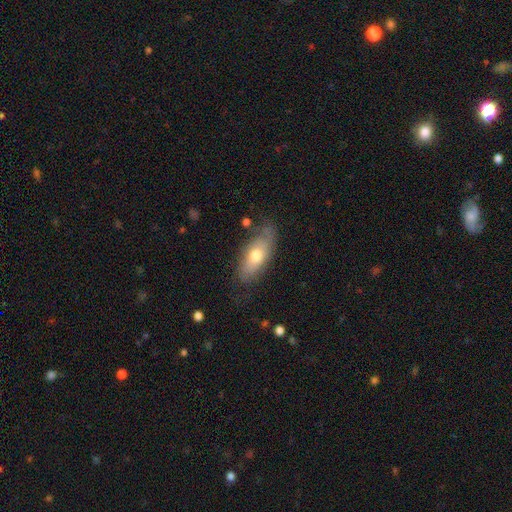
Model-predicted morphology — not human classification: Smooth or featured? smooth (62%)
How rounded? in between (80%)
Merging? none (67%)